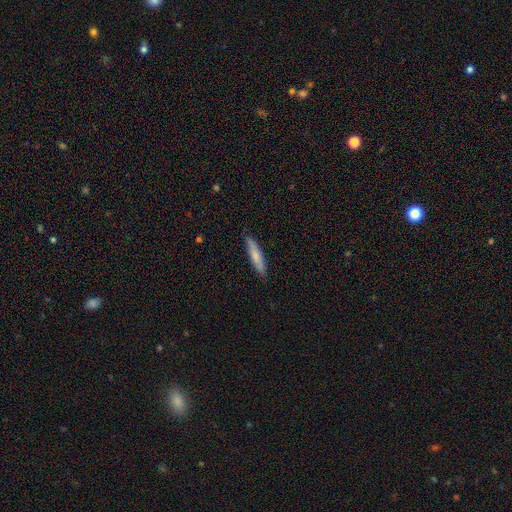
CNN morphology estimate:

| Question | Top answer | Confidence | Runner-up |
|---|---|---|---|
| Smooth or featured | smooth | 71% | featured or disk (23%) |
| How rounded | cigar-shaped | 87% | in between (12%) |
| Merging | none | 88% | minor disturbance (10%) |